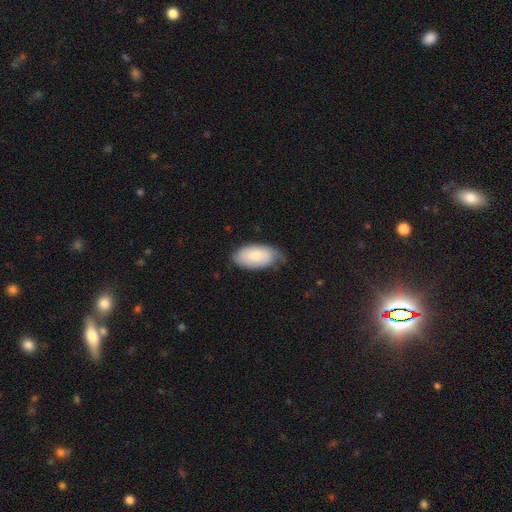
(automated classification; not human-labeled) Morphology: type=smooth (78%); roundness=in between (95%); merging=none (66%).